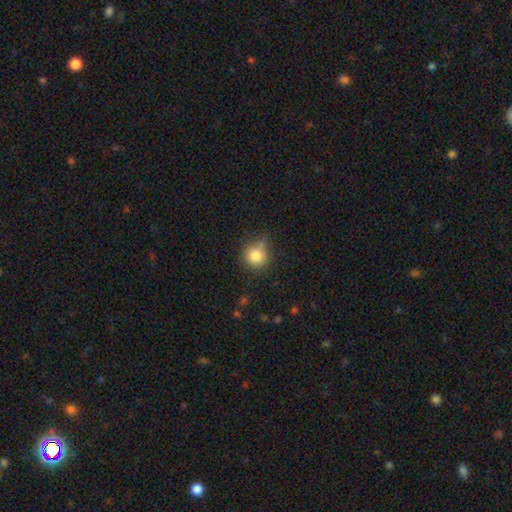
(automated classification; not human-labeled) A smooth galaxy with no disk features (82%) that is round (90%). Merging: none (63%).